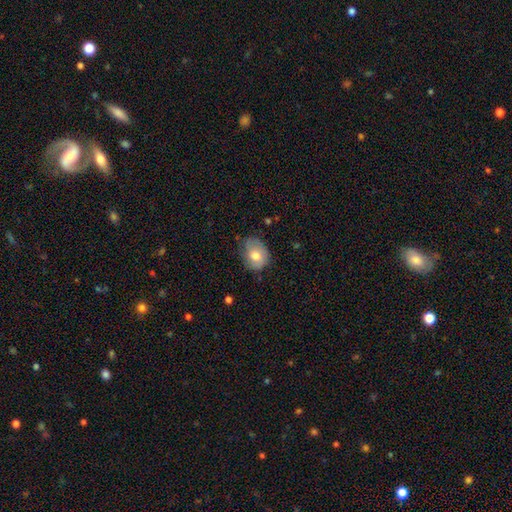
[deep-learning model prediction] Q: Smooth or featured?
A: smooth (70%); runner-up: featured or disk (23%)
Q: How rounded?
A: in between (62%); runner-up: round (37%)
Q: Merging?
A: none (60%); runner-up: minor disturbance (30%)